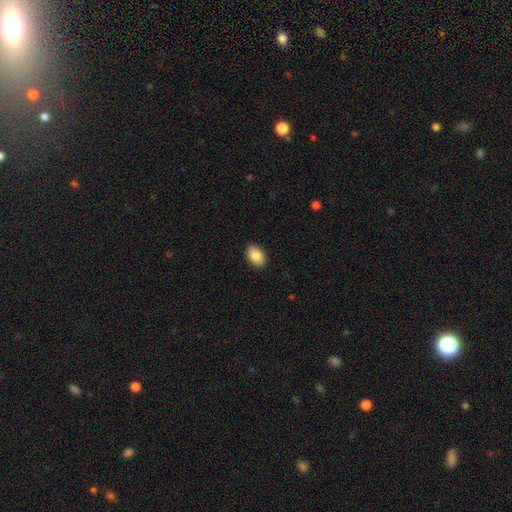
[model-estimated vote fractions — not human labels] The model was most divided on "how rounded": in between: 88%, round: 11%, cigar-shaped: 1%. More confident: merging — none (90%); smooth or featured — smooth (86%).